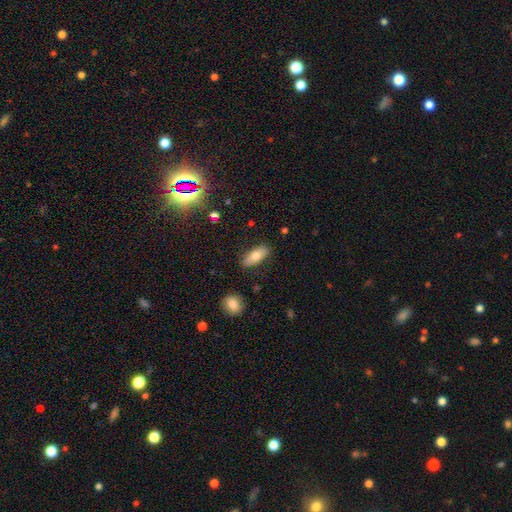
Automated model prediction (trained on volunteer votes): A smooth galaxy with no disk features (72%) that is in between round and cigar-shaped (79%).

Vote fractions:
- Smooth or featured? smooth: 72% / featured or disk: 21% / star or artifact: 7%
- How rounded? in between: 79% / cigar-shaped: 18% / round: 3%
- Merging? none: 86% / minor disturbance: 10% / major disturbance: 2% / merger: 2%